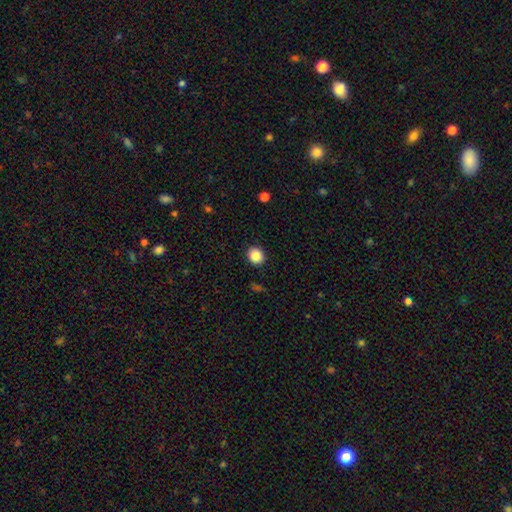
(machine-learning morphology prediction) smooth 87%, star or artifact 9%, featured or disk 4%. Down the decision tree: how rounded — round (81%); merging — none (91%).